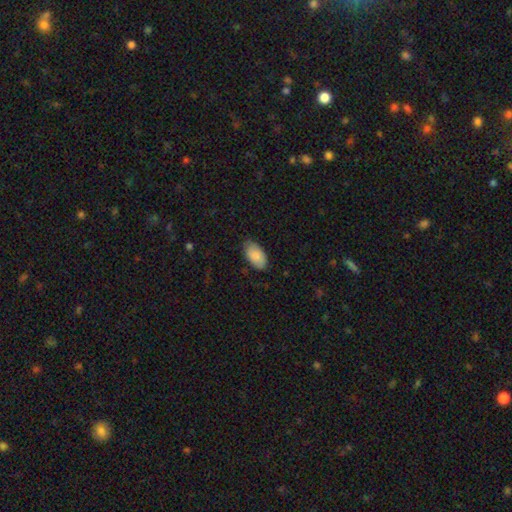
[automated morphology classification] type=smooth (87%); roundness=in between (95%); merging=none (78%).